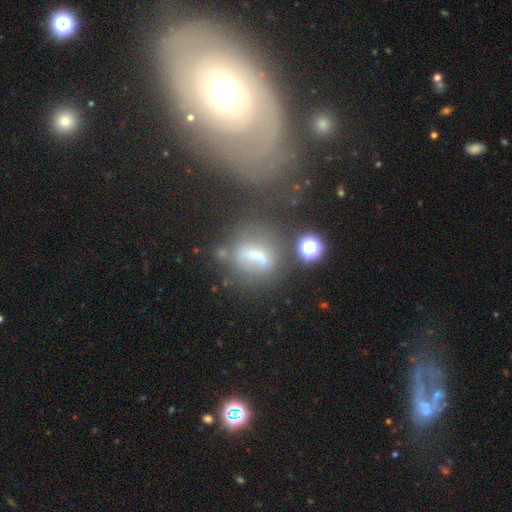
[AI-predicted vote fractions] This is marginally a smooth galaxy (42%). Merging: marginally none (38%).